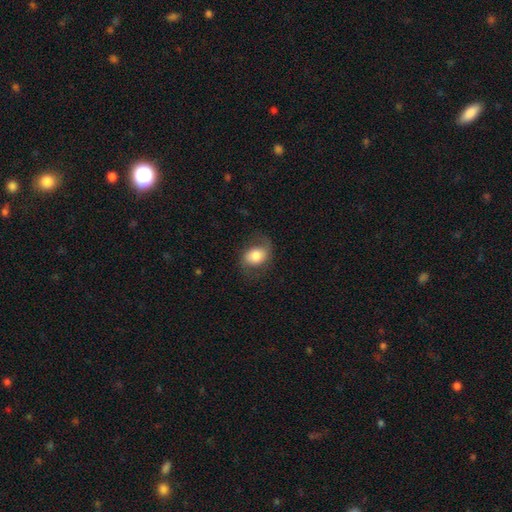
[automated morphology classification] Smooth or featured? smooth (61%)
How rounded? in between (64%)
Merging? none (64%)